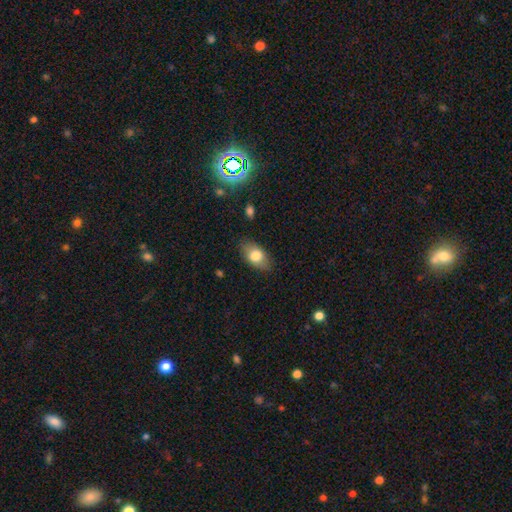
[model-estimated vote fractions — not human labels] Smooth or featured: smooth — 76% (featured or disk — 16%)
How rounded: in between — 88% (round — 8%)
Merging: none — 83% (minor disturbance — 13%)